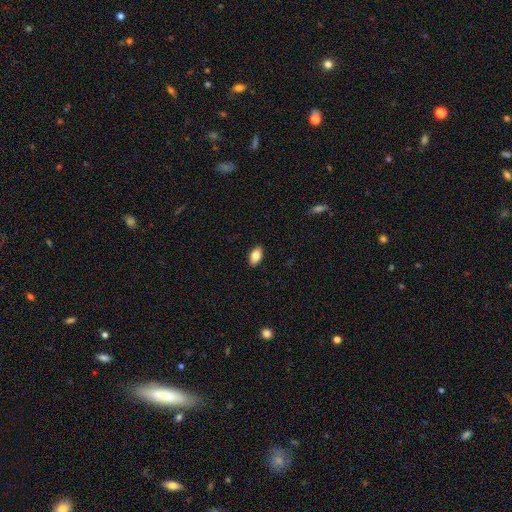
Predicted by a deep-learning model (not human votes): smooth-or-featured: smooth: 83% | featured or disk: 10% | star or artifact: 7%
  how-rounded: in between: 92% | round: 5% | cigar-shaped: 3%
  merging: none: 90% | minor disturbance: 8% | major disturbance: 2% | merger: 1%